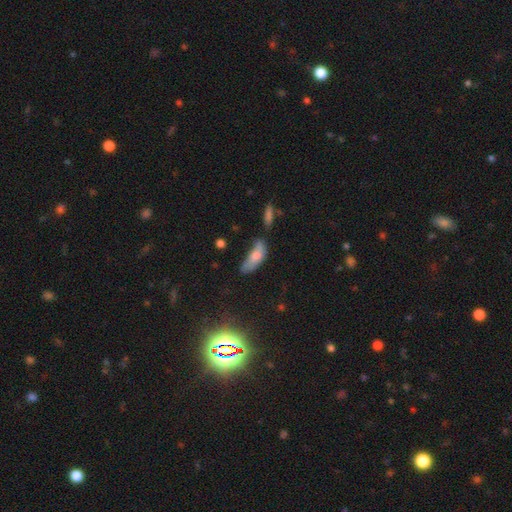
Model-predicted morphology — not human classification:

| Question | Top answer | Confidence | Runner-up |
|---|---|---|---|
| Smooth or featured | smooth | 69% | featured or disk (21%) |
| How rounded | in between | 76% | cigar-shaped (21%) |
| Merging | minor disturbance | 35% | none (27%) |